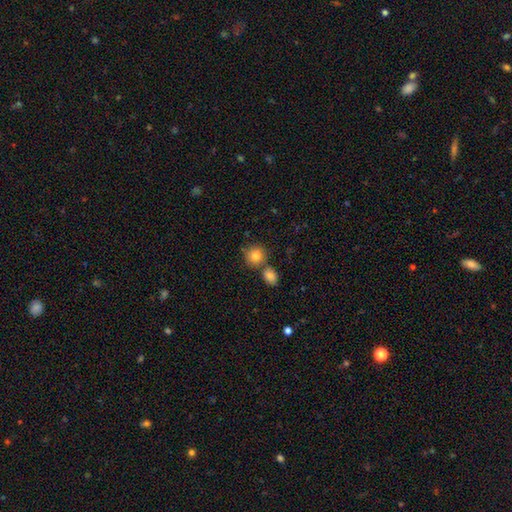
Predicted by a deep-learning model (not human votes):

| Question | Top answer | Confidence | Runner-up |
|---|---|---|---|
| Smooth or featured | smooth | 84% | star or artifact (9%) |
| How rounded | round | 81% | in between (18%) |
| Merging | none | 59% | merger (28%) |